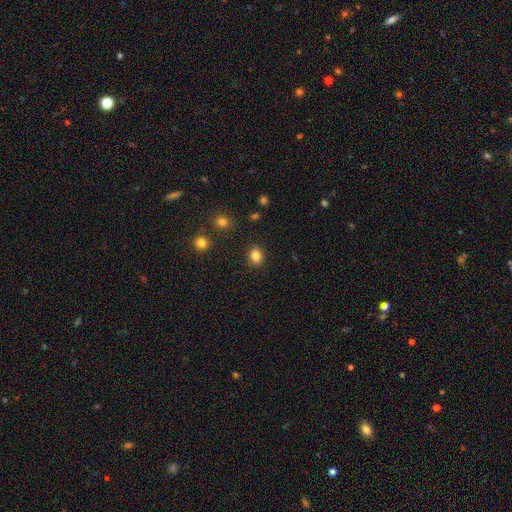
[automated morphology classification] smooth_or_featured: smooth (p=0.84) [alt: star or artifact p=0.11]
how_rounded: round (p=0.67) [alt: in between p=0.32]
merging: none (p=0.89) [alt: minor disturbance p=0.07]